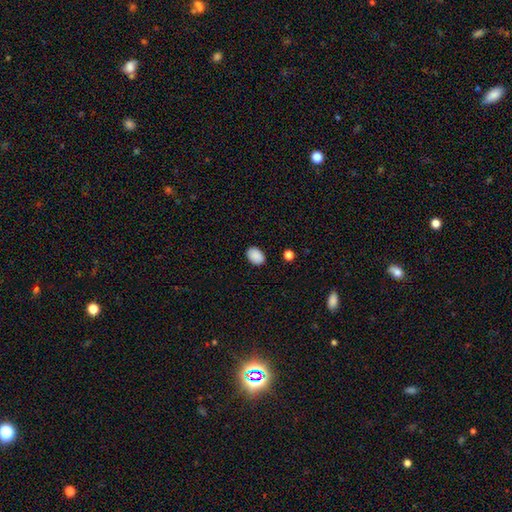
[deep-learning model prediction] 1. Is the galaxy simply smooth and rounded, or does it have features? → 90% smooth, 7% star or artifact, 3% featured or disk.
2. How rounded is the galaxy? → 81% in between, 18% round, 1% cigar-shaped.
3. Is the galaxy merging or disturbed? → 87% none, 10% minor disturbance, 2% major disturbance, 1% merger.